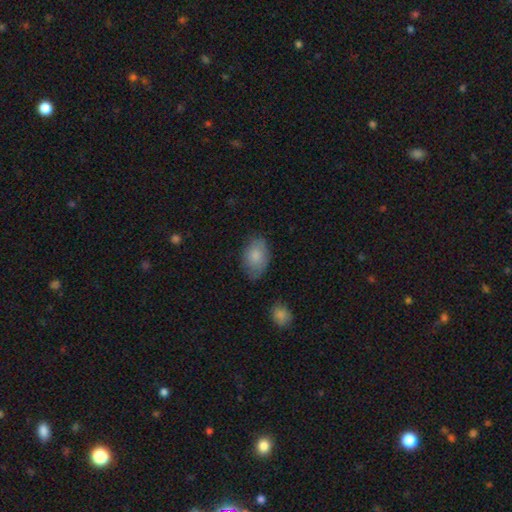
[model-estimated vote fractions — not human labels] The model was most divided on "merging": none: 69%, minor disturbance: 24%, major disturbance: 5%, merger: 2%. More confident: how rounded — in between (87%); smooth or featured — smooth (81%).